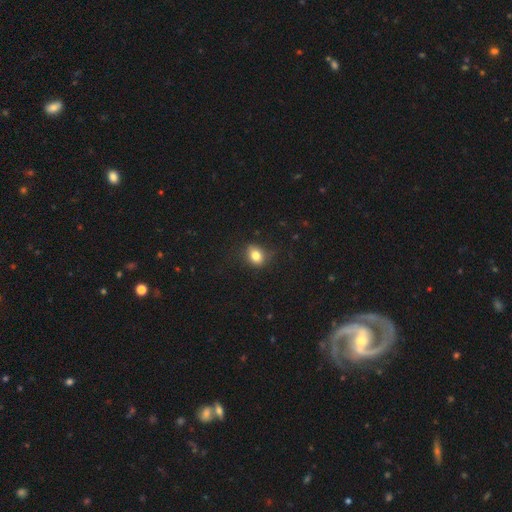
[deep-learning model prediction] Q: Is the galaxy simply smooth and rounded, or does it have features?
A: smooth — 80%.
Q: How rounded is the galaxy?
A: in between — 60%.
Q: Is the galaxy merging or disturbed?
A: none — 76%.